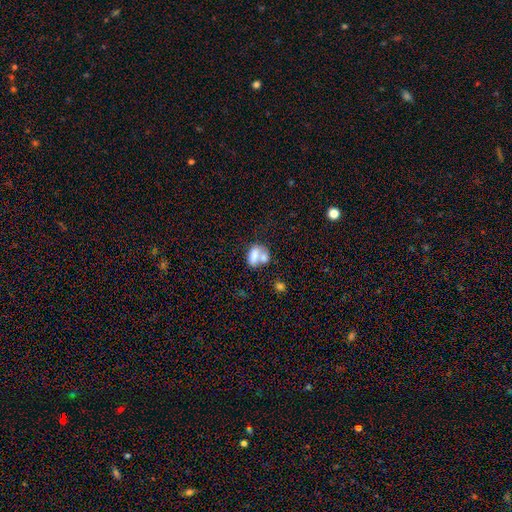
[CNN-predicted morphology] type=smooth (70%); roundness=in between (80%); merging=merger (58%).